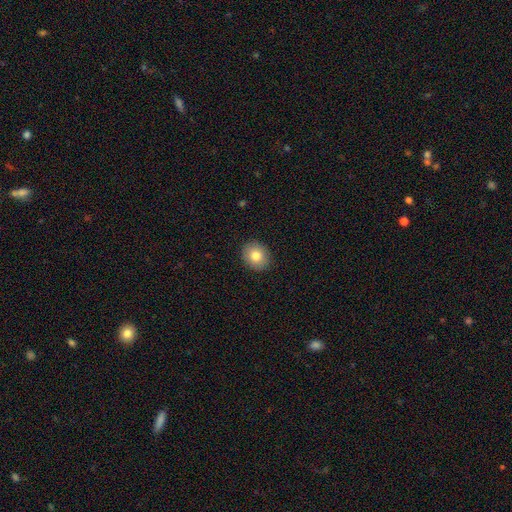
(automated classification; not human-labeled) Smooth or featured?
  - smooth: 80% *
  - featured or disk: 11%
  - star or artifact: 9%
How rounded?
  - round: 67% *
  - in between: 33%
  - cigar-shaped: 1%
Merging?
  - none: 90% *
  - minor disturbance: 7%
  - major disturbance: 2%
  - merger: 1%